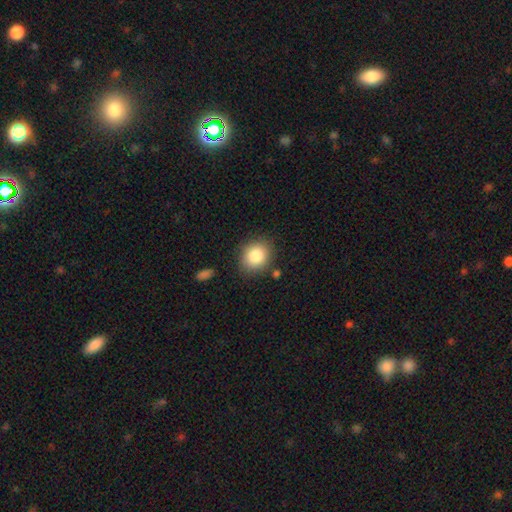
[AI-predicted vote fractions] A smooth galaxy with no disk features (84%) that is round (63%). Merging: none (83%).